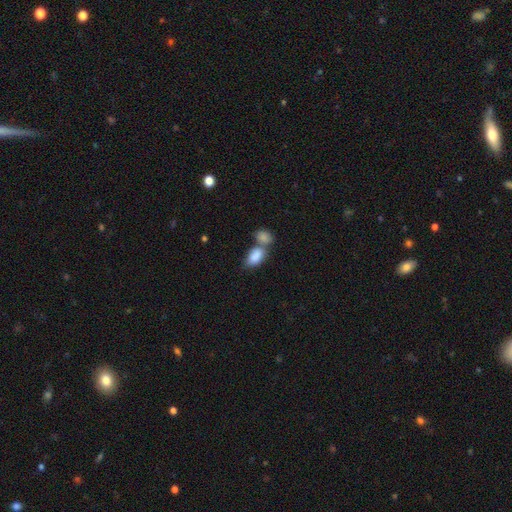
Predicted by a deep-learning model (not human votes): The model was most divided on "merging": merger: 58%, none: 27%, minor disturbance: 10%, major disturbance: 4%. More confident: how rounded — in between (91%); smooth or featured — smooth (86%).